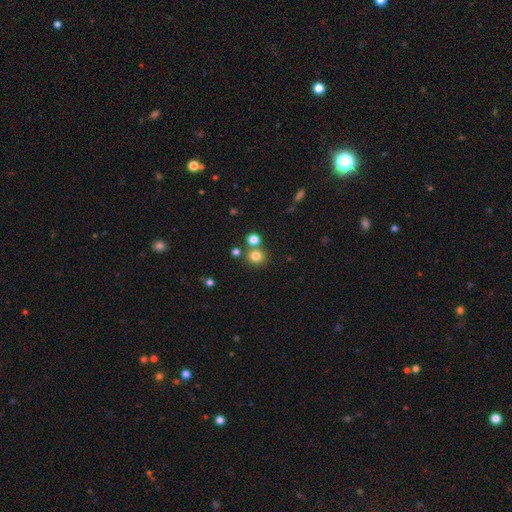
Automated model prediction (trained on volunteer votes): This appears to be a smooth galaxy with no disk features (78%) that is round (87%). Merging: none (71%).